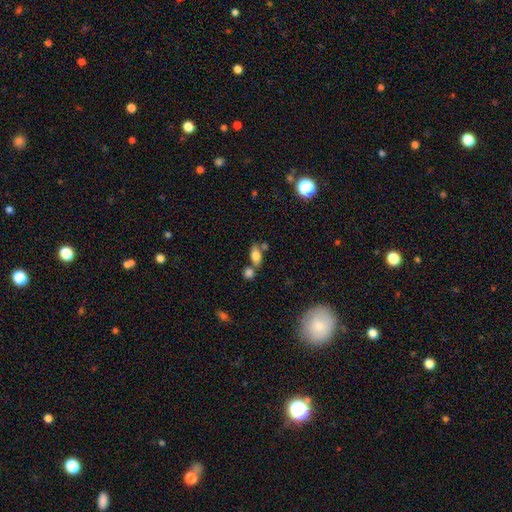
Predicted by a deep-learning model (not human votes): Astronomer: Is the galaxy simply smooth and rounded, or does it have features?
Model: smooth — 74%.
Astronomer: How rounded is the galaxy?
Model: in between — 82%.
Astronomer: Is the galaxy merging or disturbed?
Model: none — 55%.